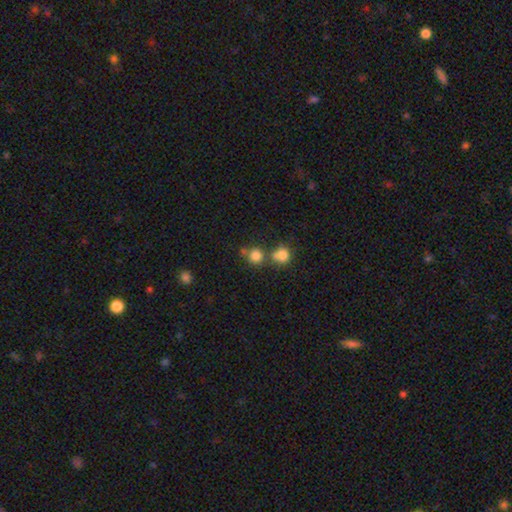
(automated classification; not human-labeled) Overall: smooth (80%). How rounded: round (89%). Merging: none (57%; merger 31%).